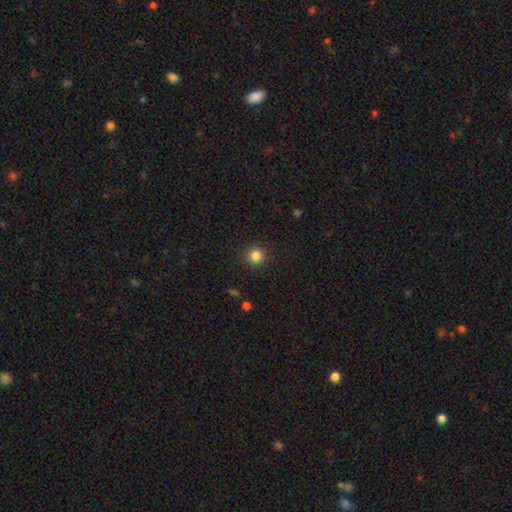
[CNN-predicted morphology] Smooth or featured? smooth (84%)
How rounded? round (95%)
Merging? none (92%)